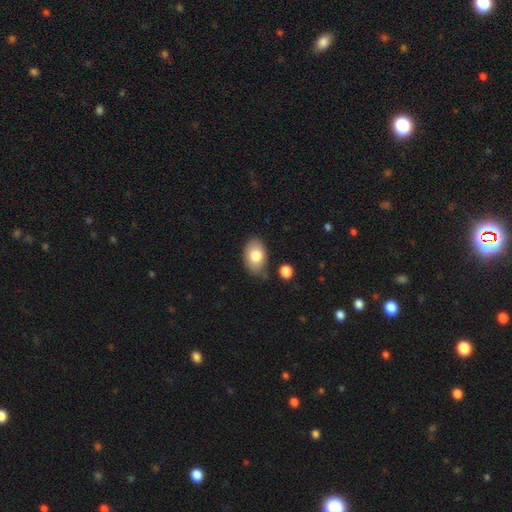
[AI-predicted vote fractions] A smooth galaxy with no disk features (79%) that is in between round and cigar-shaped (88%).

Vote fractions:
- Smooth or featured? smooth: 79% / featured or disk: 14% / star or artifact: 7%
- How rounded? in between: 88% / round: 11% / cigar-shaped: 1%
- Merging? none: 75% / minor disturbance: 17% / merger: 4% / major disturbance: 4%